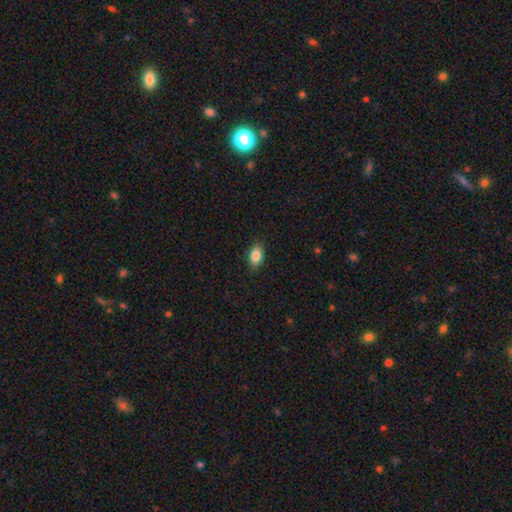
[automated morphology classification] Q: Smooth or featured?
A: smooth (85%); runner-up: star or artifact (8%)
Q: How rounded?
A: in between (88%); runner-up: round (10%)
Q: Merging?
A: none (88%); runner-up: minor disturbance (9%)